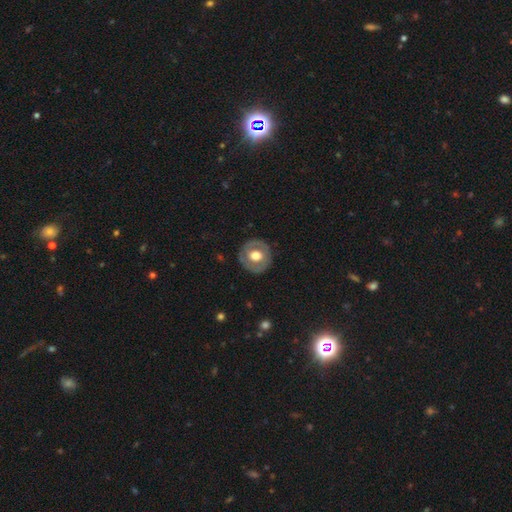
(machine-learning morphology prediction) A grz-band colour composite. It shows a featured or disk galaxy (48%). Merging: none (85%).